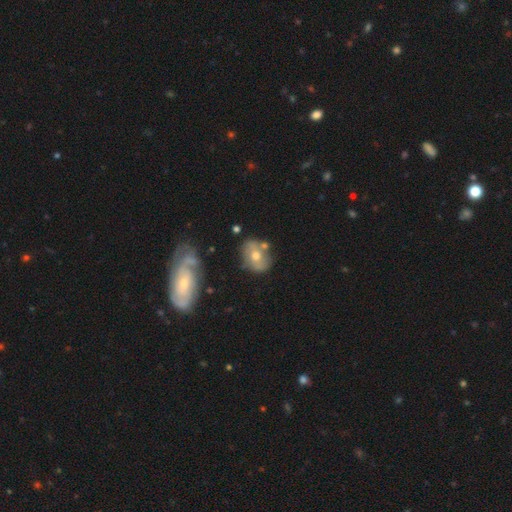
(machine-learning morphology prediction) Smooth or featured?
  - smooth: 48% *
  - featured or disk: 44%
  - star or artifact: 8%
Merging?
  - none: 64% *
  - minor disturbance: 18%
  - merger: 12%
  - major disturbance: 6%